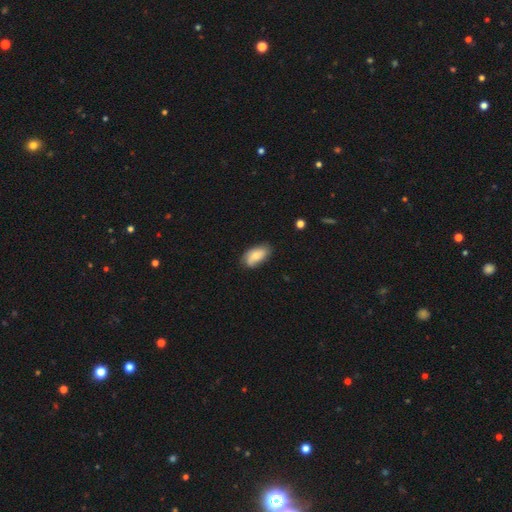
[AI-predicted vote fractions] A smooth galaxy with no disk features (71%) that is in between round and cigar-shaped (92%). Merging: none (70%).